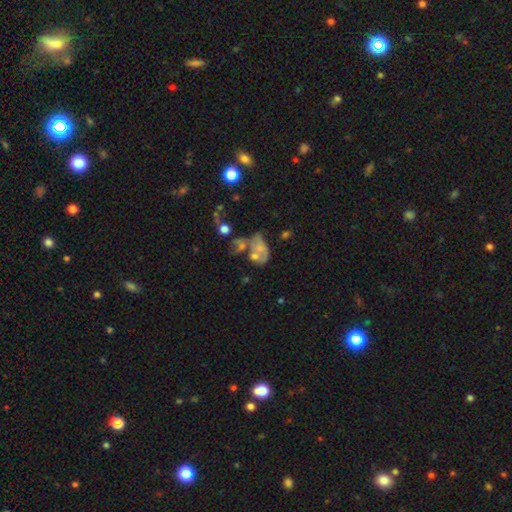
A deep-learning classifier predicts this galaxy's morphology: The model was most divided on "smooth or featured": featured or disk: 45%, smooth: 40%, star or artifact: 16%. Remaining: merging — merger (41%).